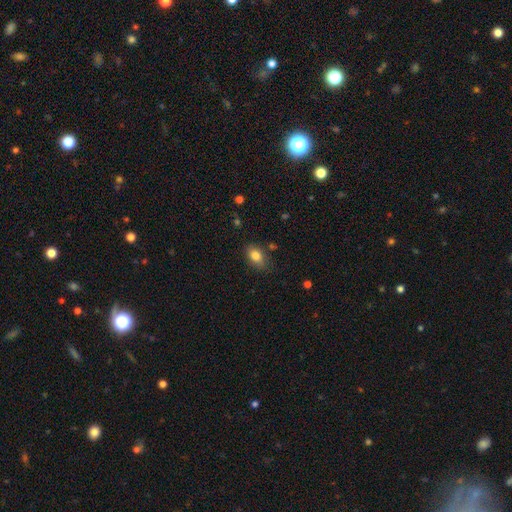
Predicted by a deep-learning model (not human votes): The model was most divided on "merging": none: 77%, minor disturbance: 17%, major disturbance: 3%, merger: 2%. More confident: how rounded — in between (85%); smooth or featured — smooth (81%).